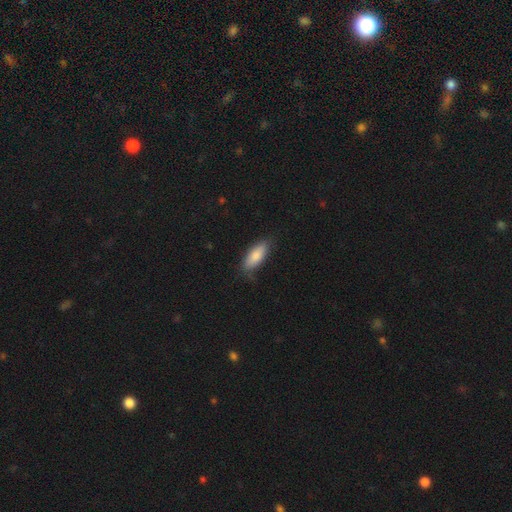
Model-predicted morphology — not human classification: type=smooth (84%); roundness=in between (72%); merging=none (75%).